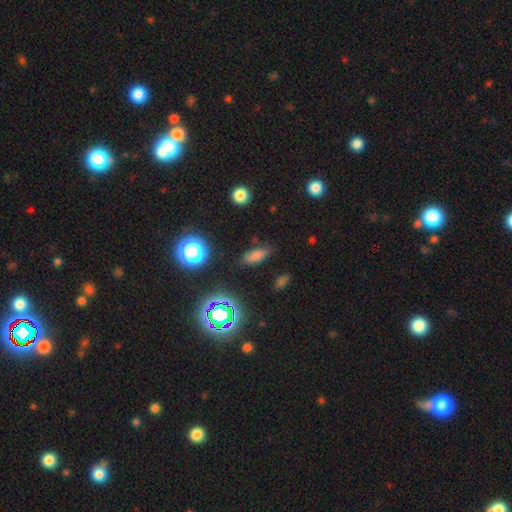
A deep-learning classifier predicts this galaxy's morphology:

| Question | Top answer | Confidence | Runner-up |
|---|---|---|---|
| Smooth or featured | smooth | 72% | star or artifact (19%) |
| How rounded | in between | 76% | cigar-shaped (18%) |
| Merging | none | 79% | minor disturbance (14%) |